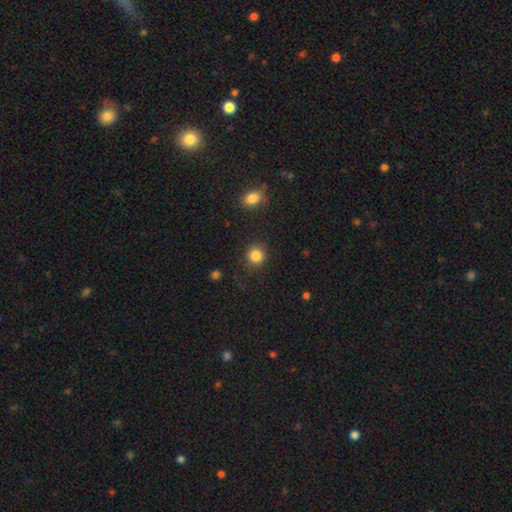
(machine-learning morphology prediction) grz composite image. It shows a smooth galaxy with no disk features (85%) that is round (89%). Merging: none (86%).